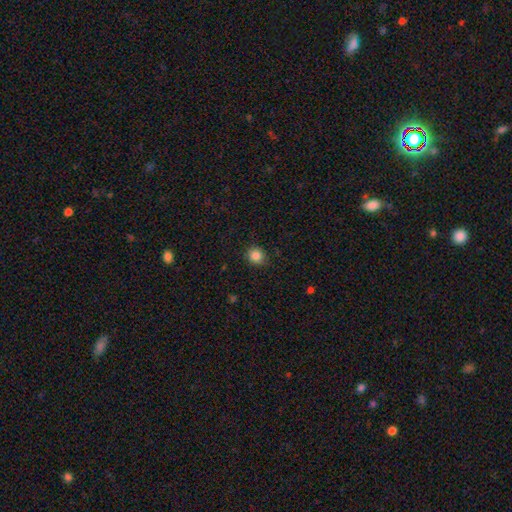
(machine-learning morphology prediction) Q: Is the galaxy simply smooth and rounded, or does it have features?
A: smooth — 85%.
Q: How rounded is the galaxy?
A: round — 88%.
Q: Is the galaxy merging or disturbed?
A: none — 88%.